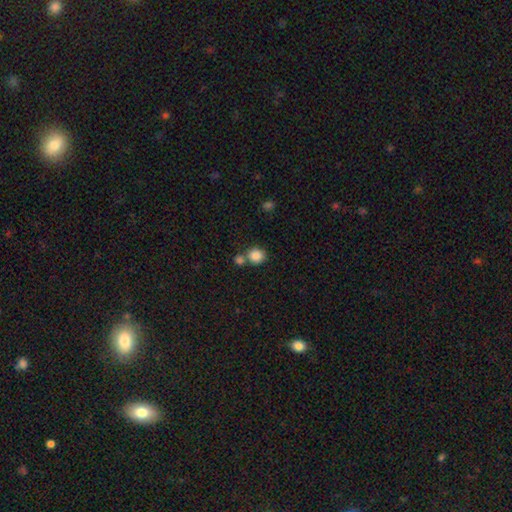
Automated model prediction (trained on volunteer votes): Overall: smooth (86%). How rounded: round (83%). Merging: none (58%; merger 30%).